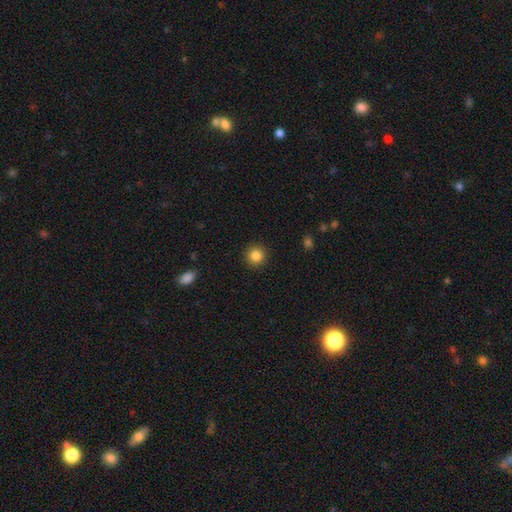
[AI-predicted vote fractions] Overall: smooth (86%). How rounded: round (94%). Merging: none (92%).